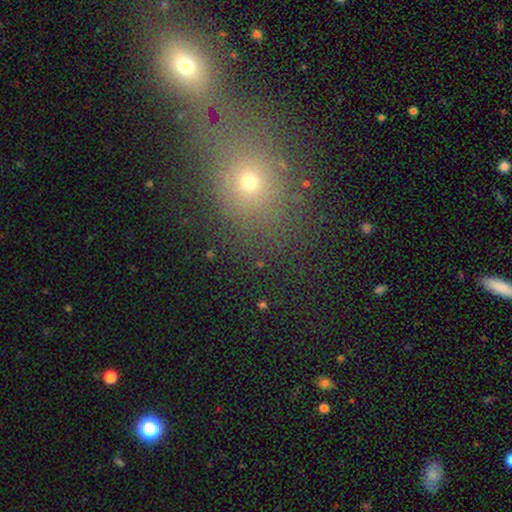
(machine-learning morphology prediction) This appears to be a smooth galaxy with no disk features (52%) that is round (61%). Merging: none (51%).